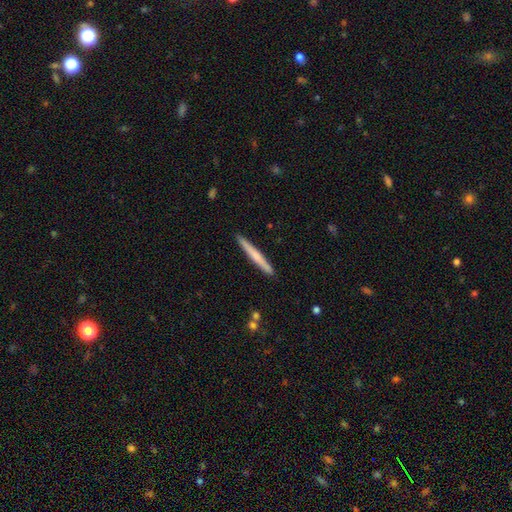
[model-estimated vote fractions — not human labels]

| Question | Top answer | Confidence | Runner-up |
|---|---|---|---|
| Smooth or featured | smooth | 52% | featured or disk (42%) |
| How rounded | cigar-shaped | 97% | in between (2%) |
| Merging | none | 91% | minor disturbance (6%) |